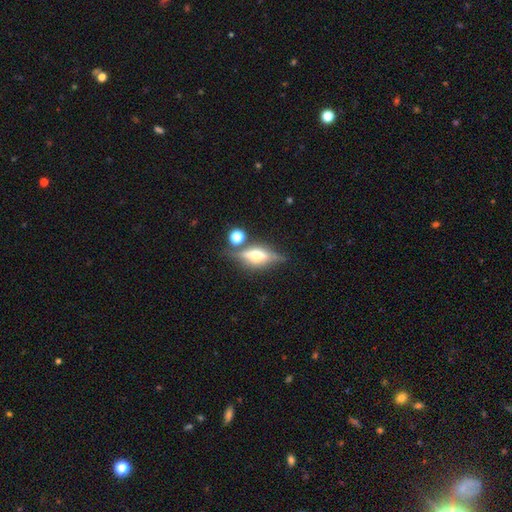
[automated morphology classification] Q: Smooth or featured?
A: featured or disk (67%); runner-up: smooth (24%)
Q: Edge-on disk?
A: yes (92%); runner-up: no (8%)
Q: Edge-on bulge?
A: rounded (90%); runner-up: boxy (8%)
Q: Merging?
A: none (74%); runner-up: minor disturbance (13%)